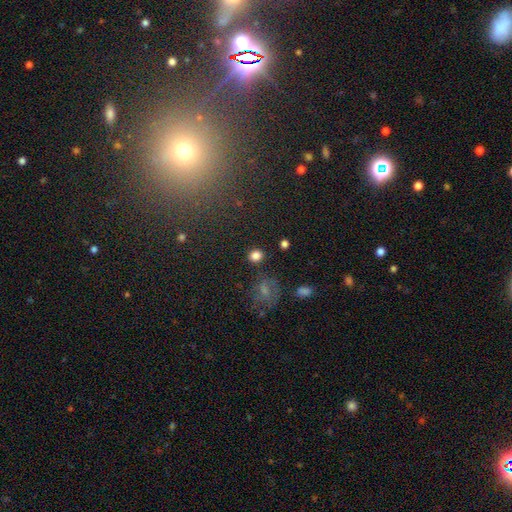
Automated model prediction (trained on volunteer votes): The model was most divided on "how rounded": round: 80%, in between: 19%, cigar-shaped: 1%. More confident: merging — none (87%); smooth or featured — smooth (83%).